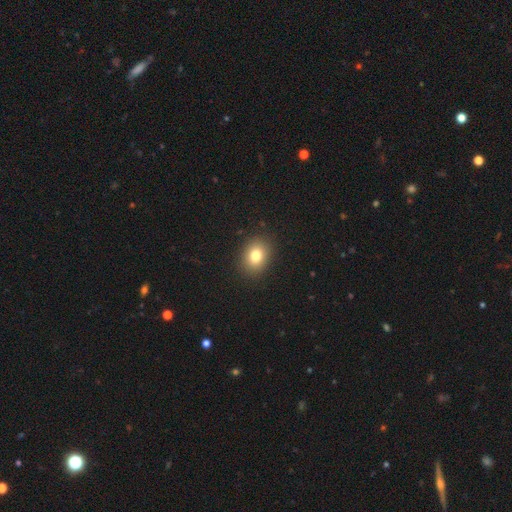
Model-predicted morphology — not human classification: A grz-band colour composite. It shows a smooth galaxy with no disk features (79%) that is in between round and cigar-shaped (56%). Merging: none (89%).